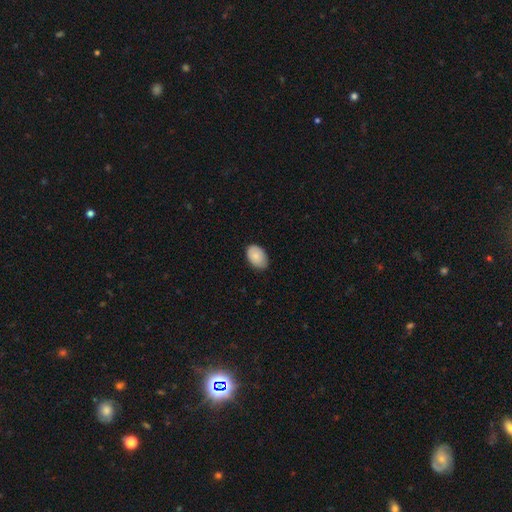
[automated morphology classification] Smooth or featured: smooth — 84% (featured or disk — 9%)
How rounded: in between — 89% (round — 10%)
Merging: none — 80% (minor disturbance — 17%)